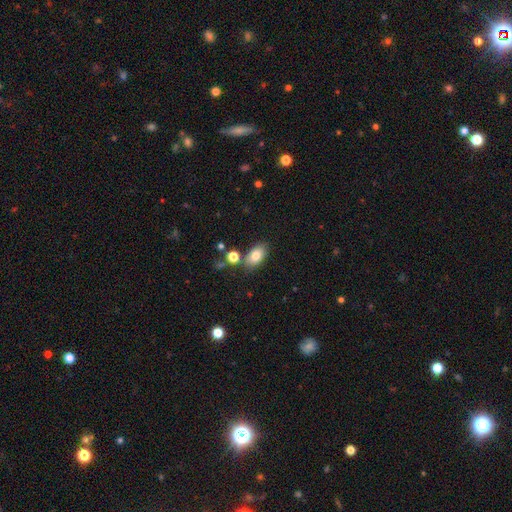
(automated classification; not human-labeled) A smooth galaxy with no disk features (79%) that is in between round and cigar-shaped (89%).

Vote fractions:
- Smooth or featured? smooth: 79% / featured or disk: 12% / star or artifact: 9%
- How rounded? in between: 89% / round: 9% / cigar-shaped: 2%
- Merging? none: 74% / minor disturbance: 12% / merger: 11% / major disturbance: 3%